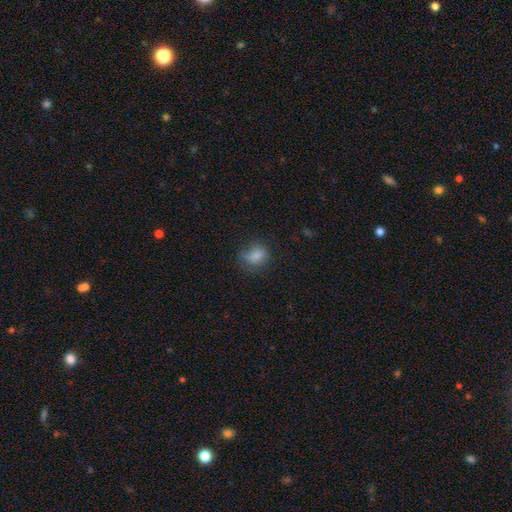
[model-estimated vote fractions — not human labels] Smooth or featured? smooth (82%)
How rounded? round (61%)
Merging? none (67%)